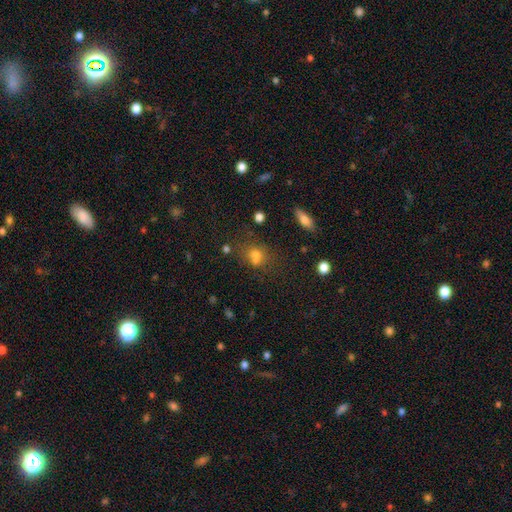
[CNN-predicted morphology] smooth-or-featured: smooth: 66% | star or artifact: 20% | featured or disk: 14%
  how-rounded: round: 54% | in between: 44% | cigar-shaped: 2%
  merging: none: 52% | merger: 25% | minor disturbance: 16% | major disturbance: 8%